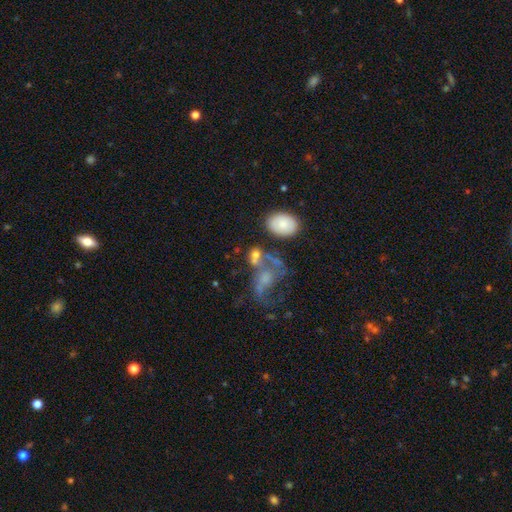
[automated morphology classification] smooth 57%, featured or disk 29%, star or artifact 14%. Down the decision tree: how rounded — in between (63%); merging — none (33%).